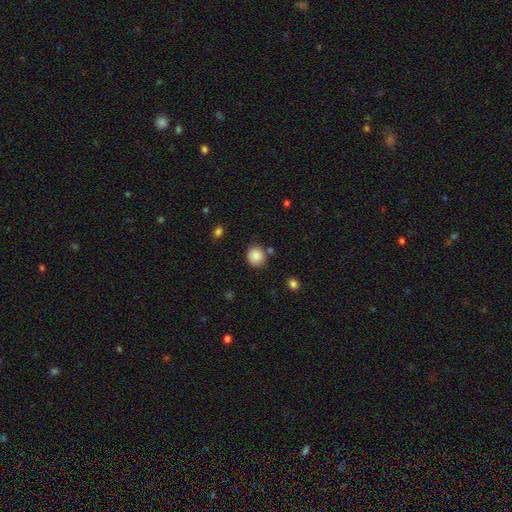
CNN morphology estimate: This is clearly a smooth galaxy (87%). How rounded: clearly round (81%). Merging: likely none (78%).